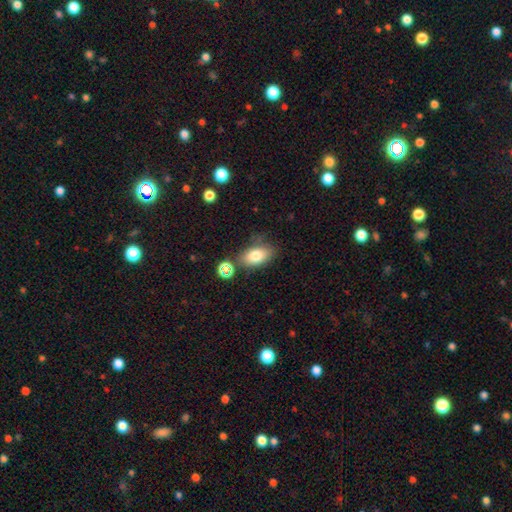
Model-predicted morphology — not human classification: smooth_or_featured: smooth (p=0.79) [alt: featured or disk p=0.12]
how_rounded: in between (p=0.88) [alt: round p=0.09]
merging: none (p=0.69) [alt: minor disturbance p=0.18]